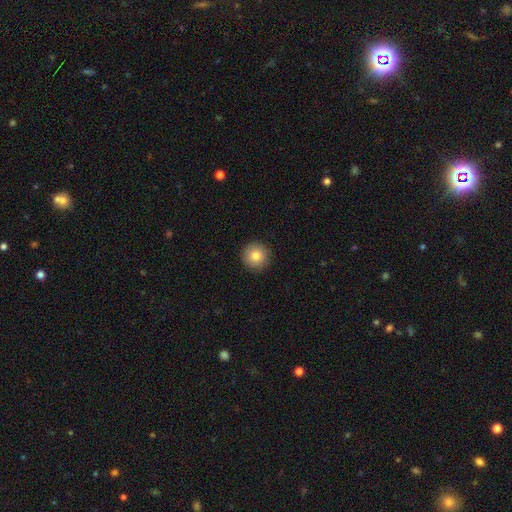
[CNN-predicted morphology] This is clearly a smooth galaxy (83%). How rounded: clearly round (96%). Merging: clearly none (91%).